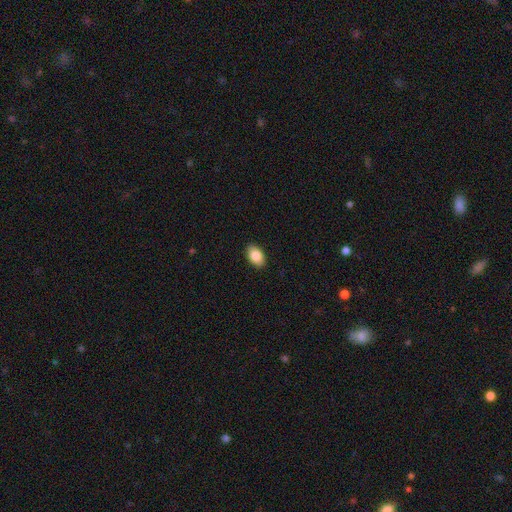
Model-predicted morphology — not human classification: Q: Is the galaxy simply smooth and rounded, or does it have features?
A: smooth — 87%.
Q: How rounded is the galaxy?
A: in between — 91%.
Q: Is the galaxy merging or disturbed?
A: none — 90%.